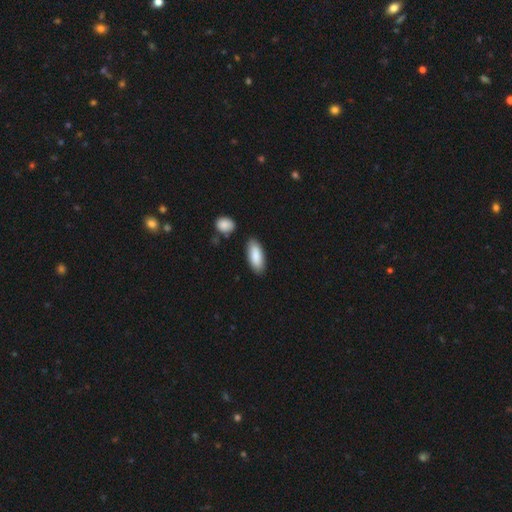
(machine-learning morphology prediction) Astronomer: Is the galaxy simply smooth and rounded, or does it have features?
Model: smooth — 87%.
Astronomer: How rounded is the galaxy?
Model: in between — 83%.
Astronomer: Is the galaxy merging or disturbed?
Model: none — 82%.